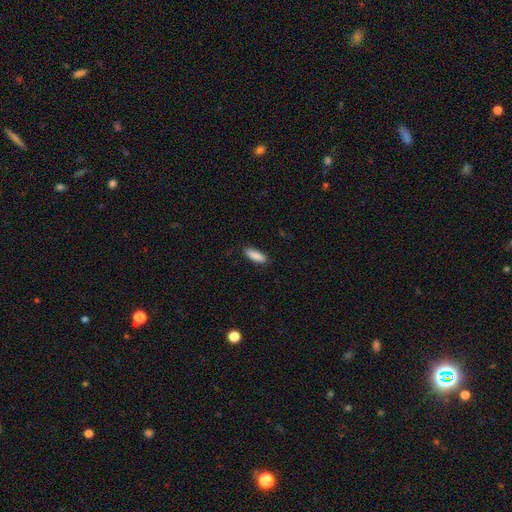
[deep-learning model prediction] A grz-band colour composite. It shows a smooth galaxy with no disk features (89%) that is in between round and cigar-shaped (58%). Merging: none (87%).